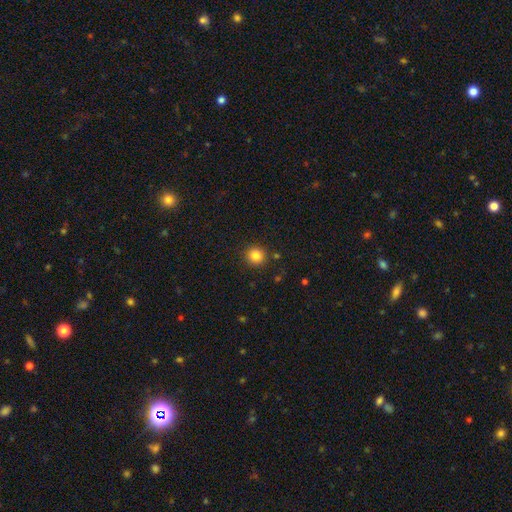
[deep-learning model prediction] A smooth galaxy with no disk features (84%) that is round (91%).

Vote fractions:
- Smooth or featured? smooth: 84% / star or artifact: 11% / featured or disk: 5%
- How rounded? round: 91% / in between: 8% / cigar-shaped: 1%
- Merging? none: 90% / minor disturbance: 6% / major disturbance: 2% / merger: 2%